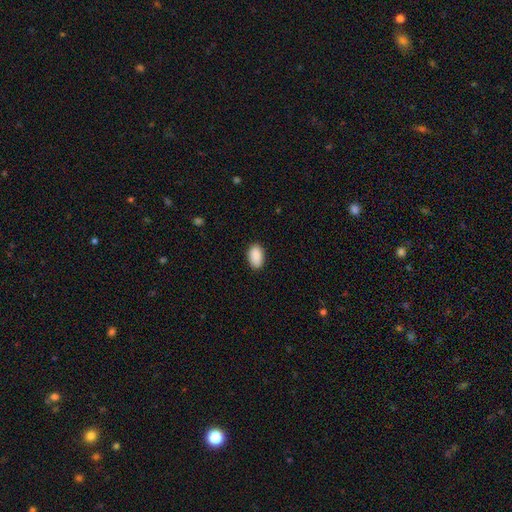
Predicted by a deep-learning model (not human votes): smooth_or_featured: smooth (p=0.91) [alt: star or artifact p=0.07]
how_rounded: in between (p=0.93) [alt: round p=0.05]
merging: none (p=0.88) [alt: minor disturbance p=0.09]